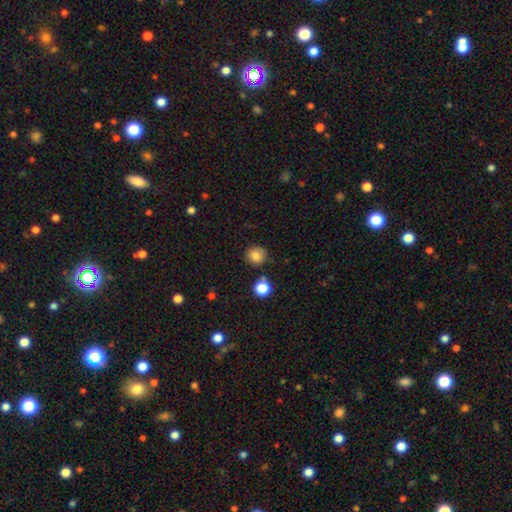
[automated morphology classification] Smooth or featured?
  - smooth: 82% *
  - star or artifact: 11%
  - featured or disk: 6%
How rounded?
  - round: 86% *
  - in between: 13%
  - cigar-shaped: 1%
Merging?
  - none: 80% *
  - minor disturbance: 12%
  - merger: 4%
  - major disturbance: 3%